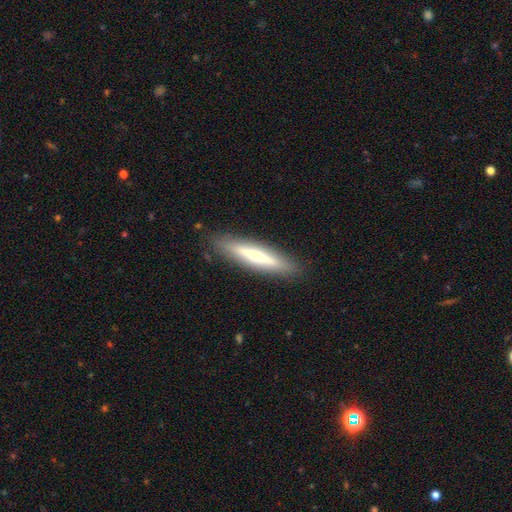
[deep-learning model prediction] Smooth or featured: smooth — 56% (featured or disk — 38%)
How rounded: cigar-shaped — 89% (in between — 9%)
Merging: none — 88% (minor disturbance — 9%)